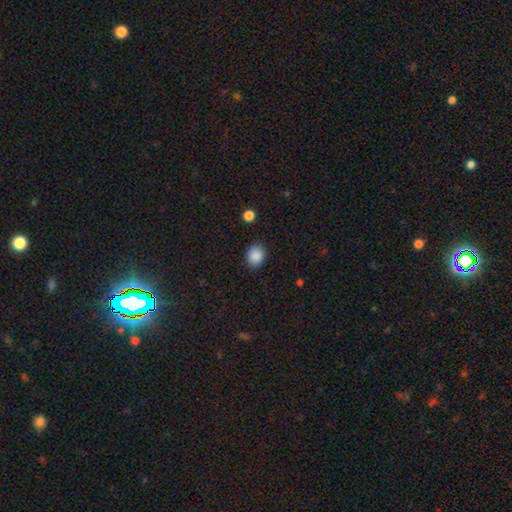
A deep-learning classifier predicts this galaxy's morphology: The model was most divided on "how rounded": round: 54%, in between: 46%, cigar-shaped: 1%. More confident: smooth or featured — smooth (88%); merging — none (85%).